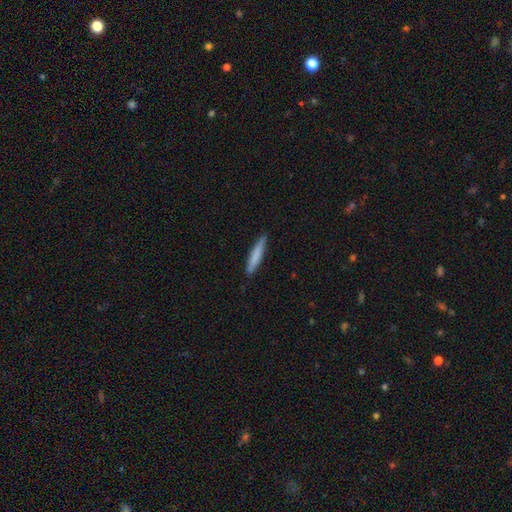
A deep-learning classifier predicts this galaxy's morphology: Smooth or featured? Predicted: smooth (p=0.75). How rounded? Predicted: cigar-shaped (p=0.93). Merging? Predicted: none (p=0.88).